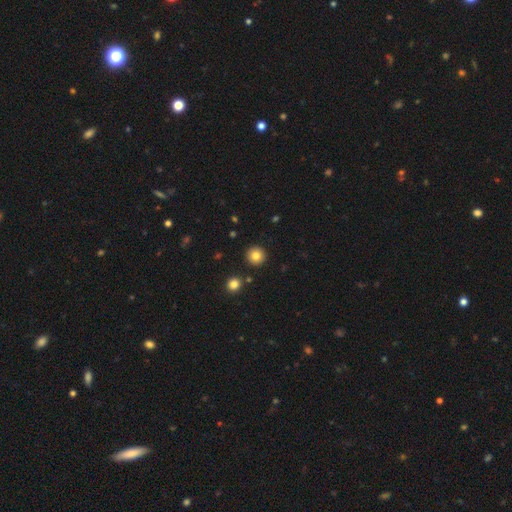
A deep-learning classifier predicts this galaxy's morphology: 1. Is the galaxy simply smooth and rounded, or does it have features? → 83% smooth, 11% star or artifact, 7% featured or disk.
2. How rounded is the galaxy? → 95% round, 4% in between, 1% cigar-shaped.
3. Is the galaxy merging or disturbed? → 91% none, 5% minor disturbance, 2% merger, 2% major disturbance.